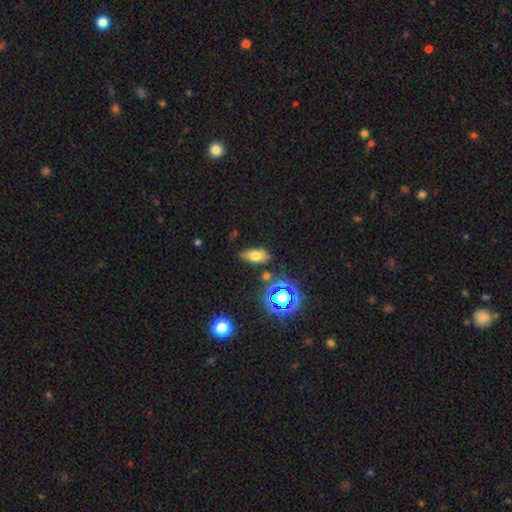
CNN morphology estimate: Q: Smooth or featured?
A: smooth (64%); runner-up: star or artifact (21%)
Q: How rounded?
A: in between (82%); runner-up: cigar-shaped (10%)
Q: Merging?
A: none (73%); runner-up: minor disturbance (17%)